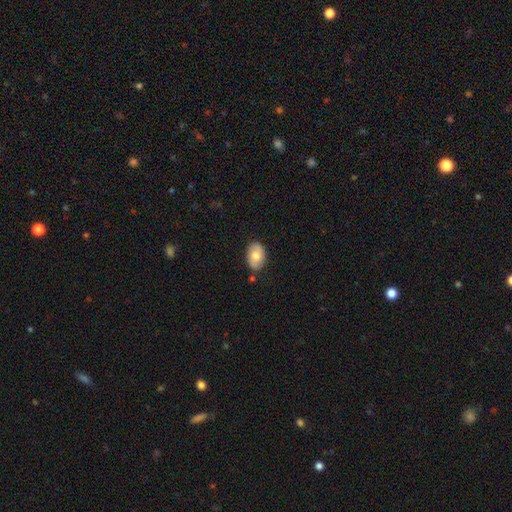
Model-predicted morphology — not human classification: Smooth or featured: smooth — 67% (featured or disk — 27%)
How rounded: in between — 85% (round — 14%)
Merging: none — 83% (minor disturbance — 12%)